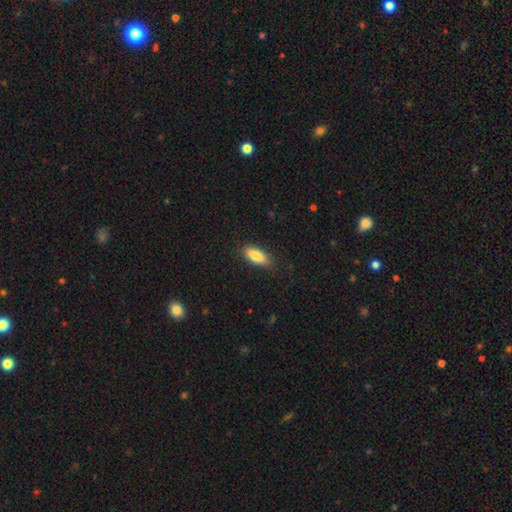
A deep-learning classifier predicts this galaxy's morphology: This appears to be a smooth galaxy with no disk features (86%) that is in between round and cigar-shaped (73%). Merging: none (84%).